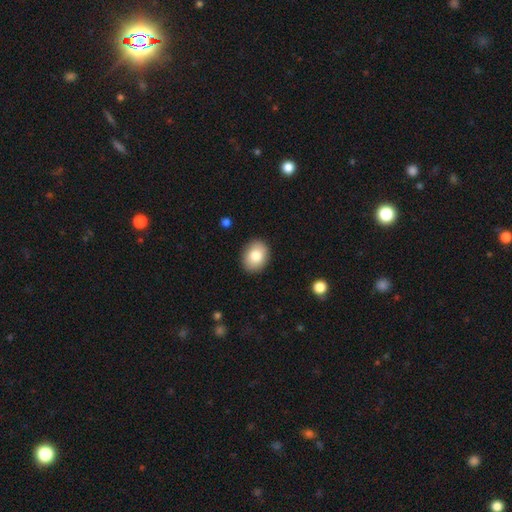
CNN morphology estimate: Smooth or featured? smooth (82%)
How rounded? in between (59%)
Merging? none (89%)